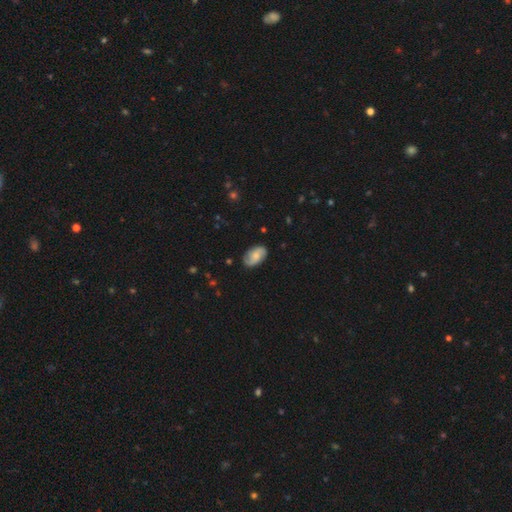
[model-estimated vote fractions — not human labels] Morphology: type=smooth (47%); merging=none (81%).